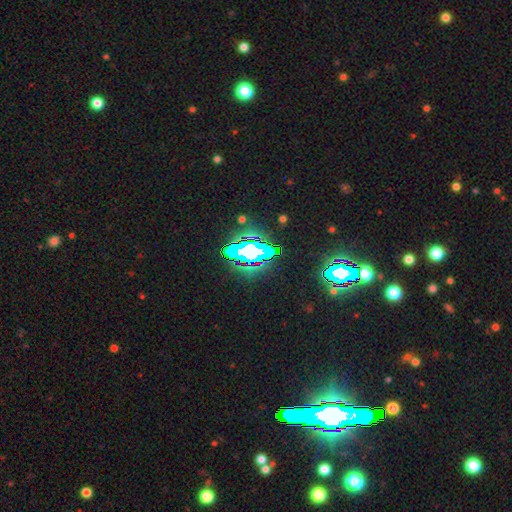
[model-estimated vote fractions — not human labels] star or artifact 67%, smooth 17%, featured or disk 16%.